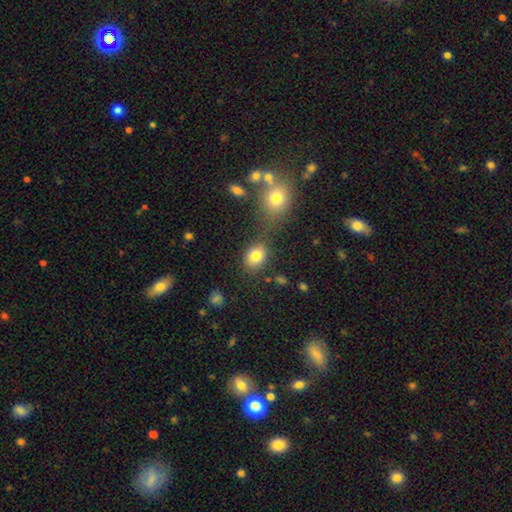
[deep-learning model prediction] smooth_or_featured: smooth (p=0.81) [alt: star or artifact p=0.10]
how_rounded: in between (p=0.65) [alt: round p=0.34]
merging: none (p=0.70) [alt: merger p=0.13]